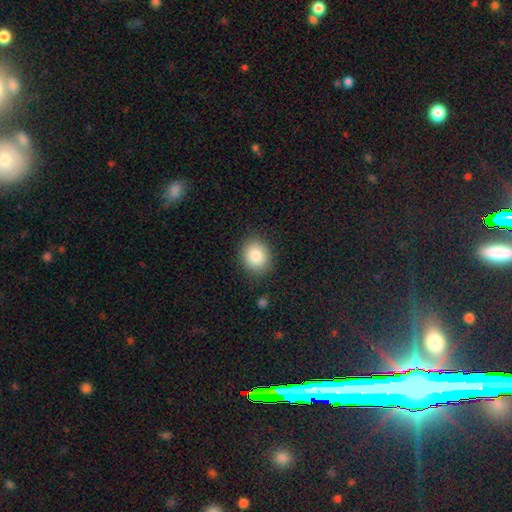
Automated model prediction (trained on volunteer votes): smooth-or-featured: smooth: 84% | star or artifact: 9% | featured or disk: 7%
  how-rounded: round: 64% | in between: 35% | cigar-shaped: 1%
  merging: none: 87% | minor disturbance: 9% | major disturbance: 3% | merger: 1%